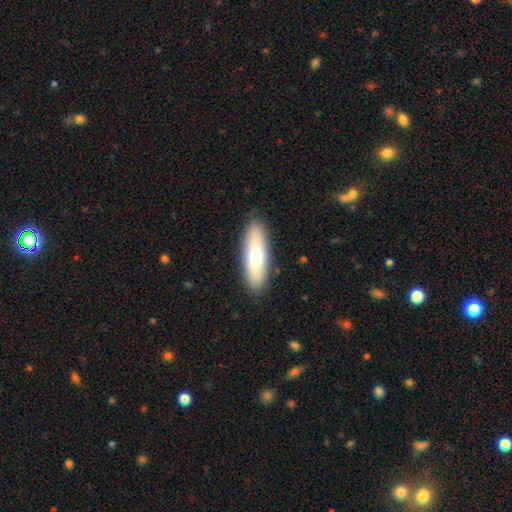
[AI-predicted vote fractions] smooth-or-featured: smooth: 64% | featured or disk: 30% | star or artifact: 6%
  how-rounded: in between: 50% | cigar-shaped: 47% | round: 2%
  merging: none: 90% | minor disturbance: 7% | major disturbance: 2% | merger: 1%